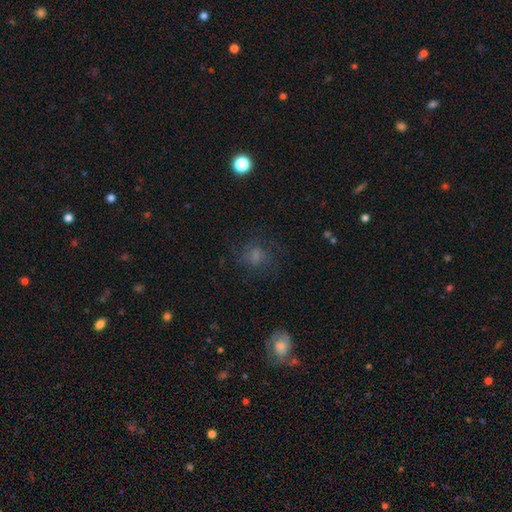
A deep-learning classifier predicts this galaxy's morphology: This appears to be a smooth galaxy with no disk features (58%) that is round (66%). Merging: none (64%).